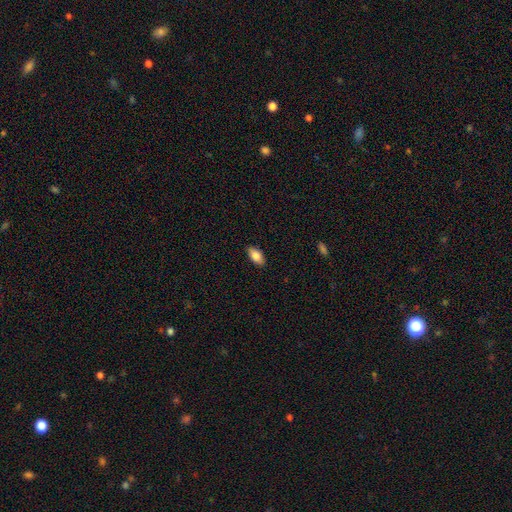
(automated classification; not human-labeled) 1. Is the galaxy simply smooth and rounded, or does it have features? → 85% smooth, 8% featured or disk, 7% star or artifact.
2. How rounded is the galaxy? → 92% in between, 5% cigar-shaped, 3% round.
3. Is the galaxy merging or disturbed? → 87% none, 10% minor disturbance, 2% major disturbance, 1% merger.